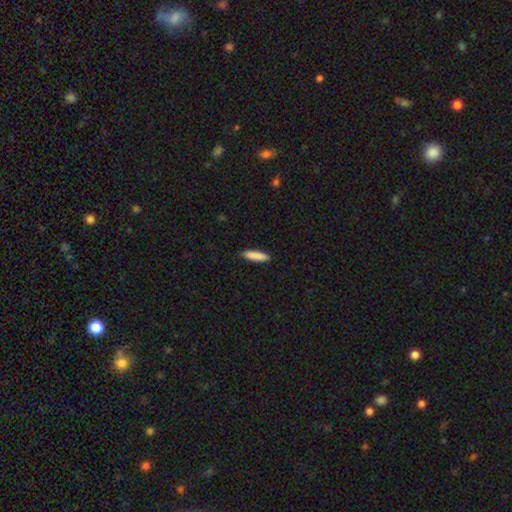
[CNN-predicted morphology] Smooth or featured?
  - smooth: 88% *
  - featured or disk: 6%
  - star or artifact: 6%
How rounded?
  - cigar-shaped: 75% *
  - in between: 23%
  - round: 1%
Merging?
  - none: 88% *
  - minor disturbance: 9%
  - major disturbance: 2%
  - merger: 1%